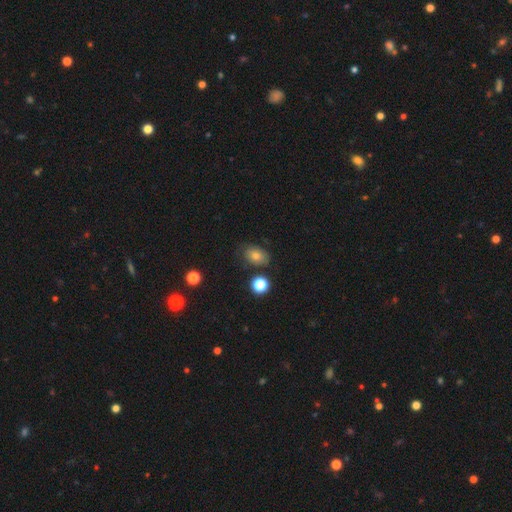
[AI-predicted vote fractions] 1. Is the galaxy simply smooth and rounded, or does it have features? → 74% smooth, 13% star or artifact, 13% featured or disk.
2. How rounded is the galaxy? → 75% in between, 24% round, 1% cigar-shaped.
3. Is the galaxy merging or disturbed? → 72% none, 18% minor disturbance, 5% major disturbance, 4% merger.